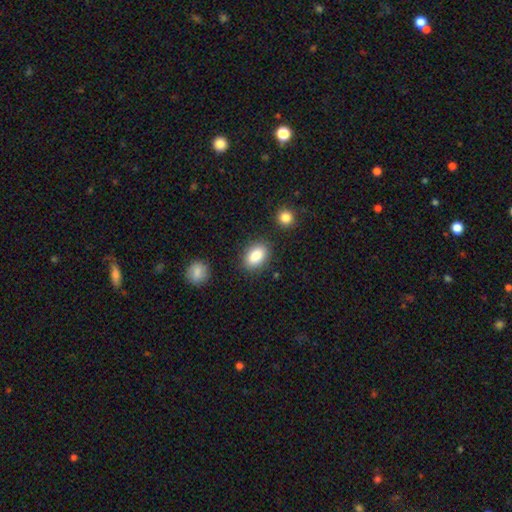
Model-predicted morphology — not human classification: Smooth or featured? smooth (86%)
How rounded? in between (87%)
Merging? none (84%)